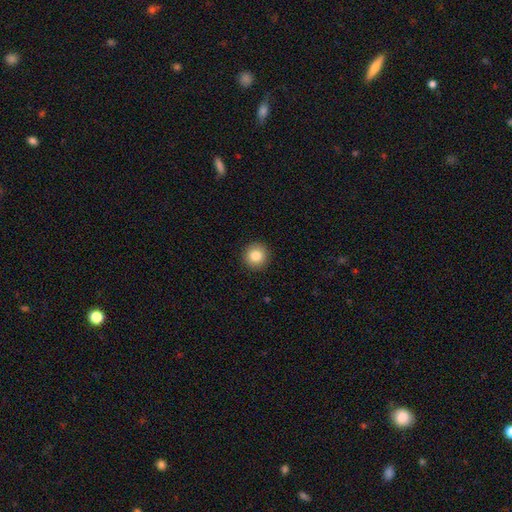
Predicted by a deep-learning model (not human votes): Q: Smooth or featured?
A: smooth (84%); runner-up: star or artifact (9%)
Q: How rounded?
A: round (95%); runner-up: in between (5%)
Q: Merging?
A: none (92%); runner-up: minor disturbance (5%)